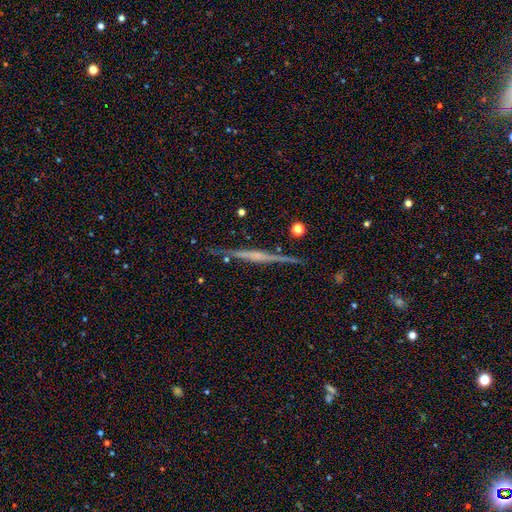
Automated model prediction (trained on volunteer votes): Smooth or featured: featured or disk — 76% (smooth — 18%)
Edge-on disk: yes — 98% (no — 2%)
Edge-on bulge: none — 44% (rounded — 40%)
Merging: none — 87% (minor disturbance — 9%)